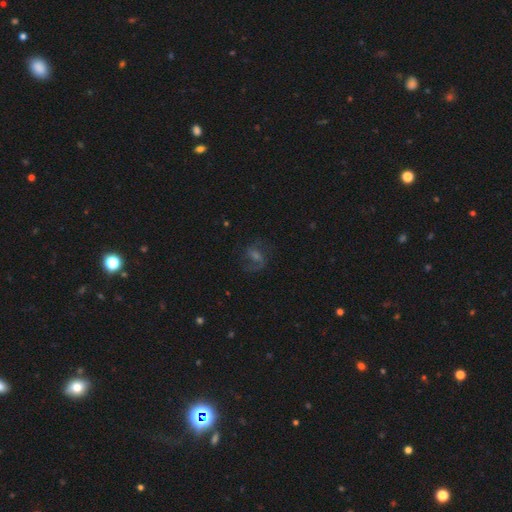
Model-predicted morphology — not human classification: smooth-or-featured: featured or disk: 60% | star or artifact: 21% | smooth: 19%
  disk-edge-on: no: 96% | yes: 4%
    bar: weak: 49% | no: 31% | strong: 20%
    has-spiral-arms: yes: 88% | no: 12%
      spiral-winding: medium: 50% | loose: 31% | tight: 19%
      spiral-arm-count: 2: 78% | can't tell: 11% | 1: 6% | 3: 2% | 4: 1% | more than 4: 1%
    bulge-size: moderate: 39% | small: 37% | none: 13% | large: 9% | dominant: 2%
  merging: none: 72% | minor disturbance: 14% | major disturbance: 12% | merger: 2%